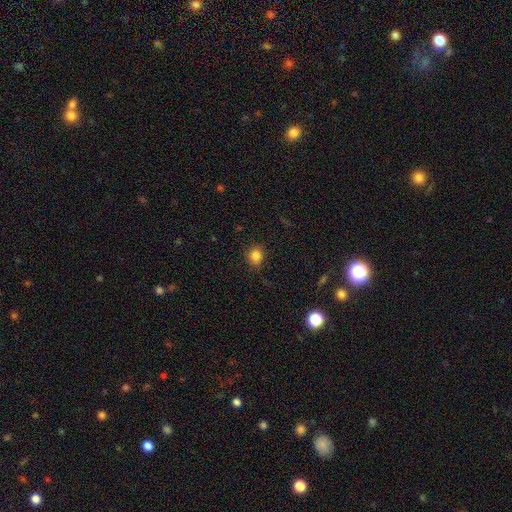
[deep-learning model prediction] smooth-or-featured: smooth: 83% | star or artifact: 12% | featured or disk: 5%
  how-rounded: round: 75% | in between: 24% | cigar-shaped: 1%
  merging: none: 81% | minor disturbance: 14% | major disturbance: 3% | merger: 1%